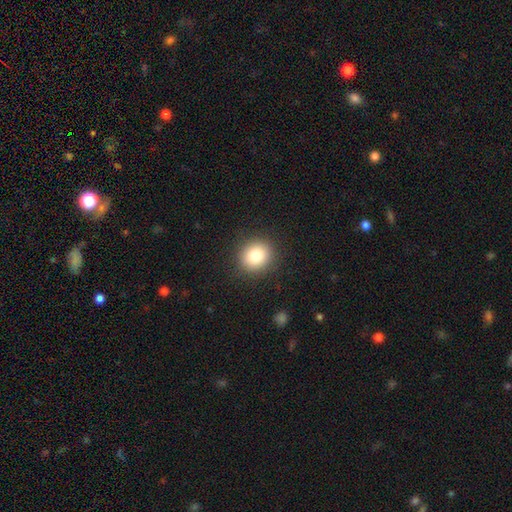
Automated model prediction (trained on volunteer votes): Smooth or featured: smooth — 83% (star or artifact — 10%)
How rounded: round — 83% (in between — 16%)
Merging: none — 90% (minor disturbance — 7%)